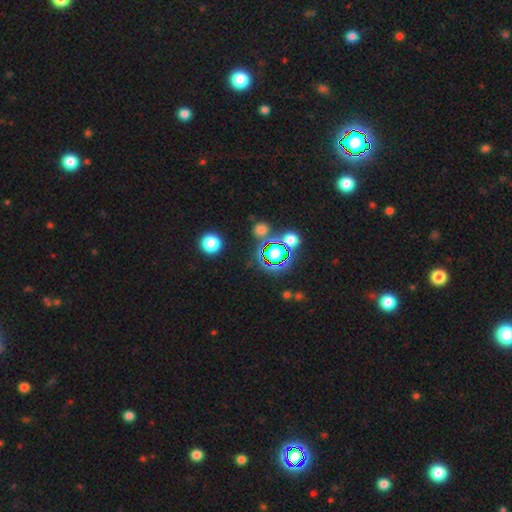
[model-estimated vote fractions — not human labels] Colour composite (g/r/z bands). It shows a star or artifact, not a galaxy (77%).